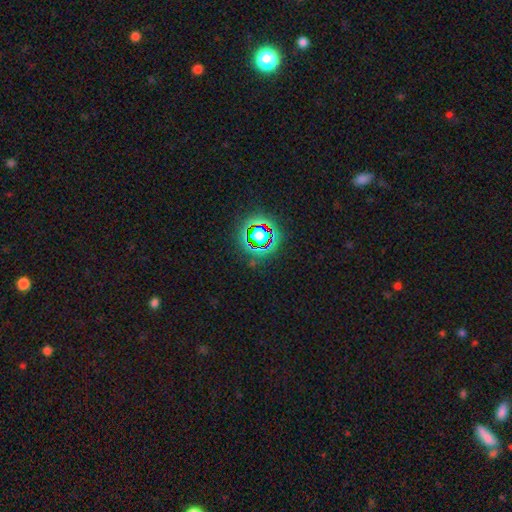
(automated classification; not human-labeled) smooth_or_featured: star or artifact (p=0.77) [alt: smooth p=0.14]